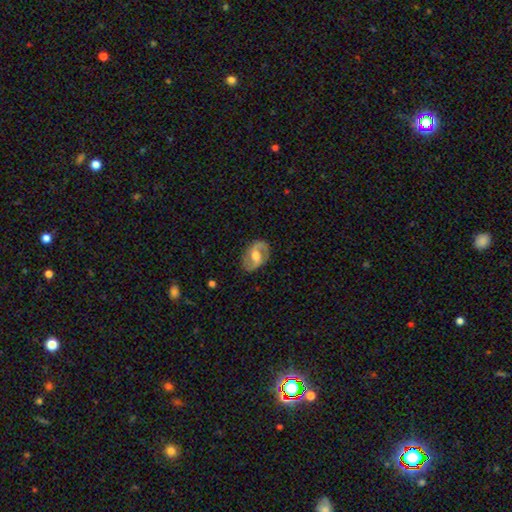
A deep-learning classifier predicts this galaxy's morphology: featured or disk 81%, smooth 14%, star or artifact 5%. Down the decision tree: edge-on disk — no (97%); bar — weak (51%); spiral arms — yes (92%); spiral arm count — 2 (91%); spiral winding — medium (50%); bulge size — moderate (70%); merging — none (82%).